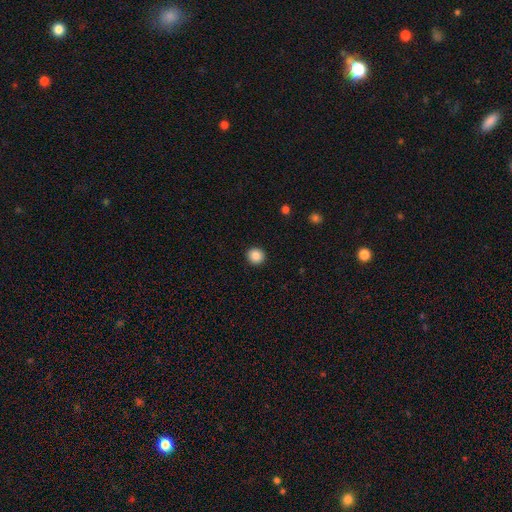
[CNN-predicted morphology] Smooth or featured? smooth (87%)
How rounded? round (93%)
Merging? none (93%)